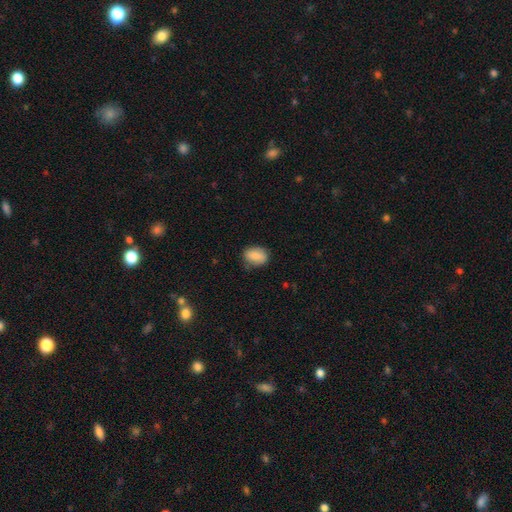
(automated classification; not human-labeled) Smooth or featured?
  - smooth: 86% *
  - star or artifact: 7%
  - featured or disk: 7%
How rounded?
  - in between: 75% *
  - round: 23%
  - cigar-shaped: 2%
Merging?
  - none: 75% *
  - minor disturbance: 20%
  - major disturbance: 4%
  - merger: 1%